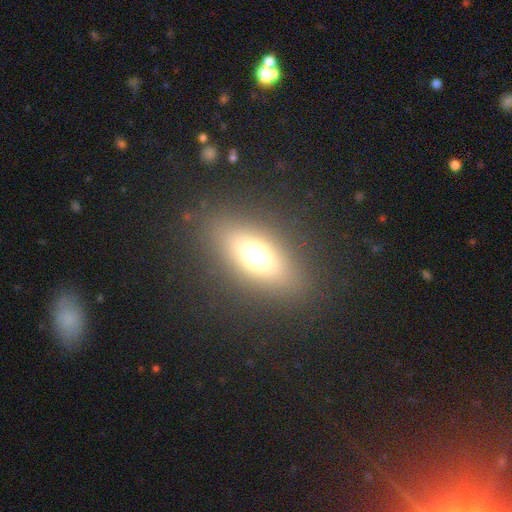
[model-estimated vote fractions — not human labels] Smooth or featured? smooth (60%)
How rounded? in between (74%)
Merging? none (85%)